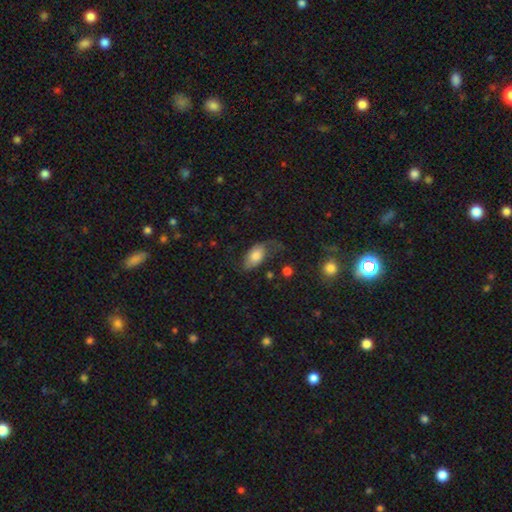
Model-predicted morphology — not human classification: Smooth or featured? smooth (70%)
How rounded? in between (92%)
Merging? none (44%)